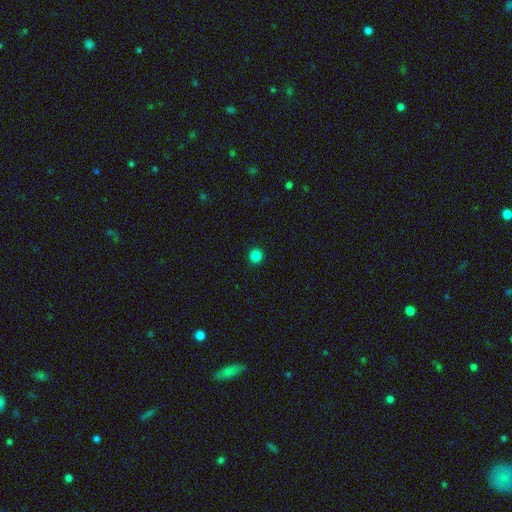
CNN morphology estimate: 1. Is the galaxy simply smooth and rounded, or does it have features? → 85% smooth, 13% star or artifact, 3% featured or disk.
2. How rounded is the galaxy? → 95% round, 4% in between, 1% cigar-shaped.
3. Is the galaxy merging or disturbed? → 93% none, 4% minor disturbance, 2% major disturbance, 1% merger.